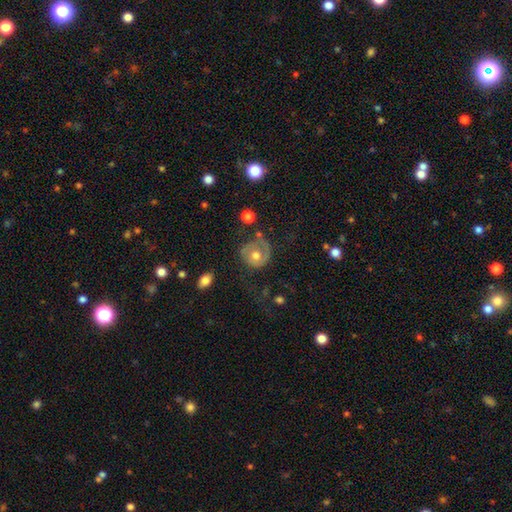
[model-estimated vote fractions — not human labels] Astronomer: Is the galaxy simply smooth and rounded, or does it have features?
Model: featured or disk — 55% (runner-up: smooth, 38%).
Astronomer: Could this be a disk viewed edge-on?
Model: no — 97%.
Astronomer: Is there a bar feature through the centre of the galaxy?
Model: no — 83%.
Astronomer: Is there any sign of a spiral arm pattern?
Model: yes — 64%.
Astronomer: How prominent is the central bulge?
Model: moderate — 73%.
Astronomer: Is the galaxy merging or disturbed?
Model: none — 50%.